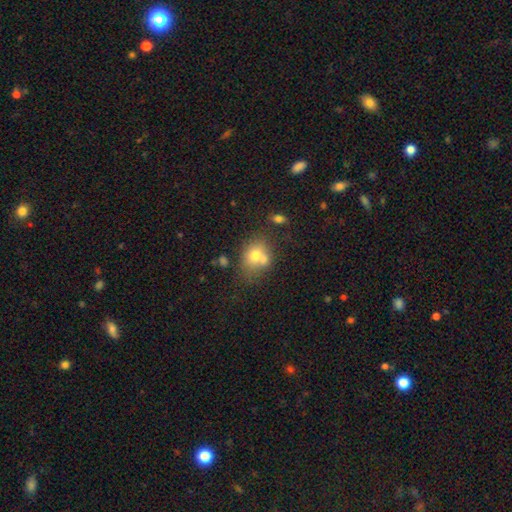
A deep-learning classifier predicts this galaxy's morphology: This is likely a smooth galaxy (69%). How rounded: possibly round (54%). Merging: marginally none (42%).